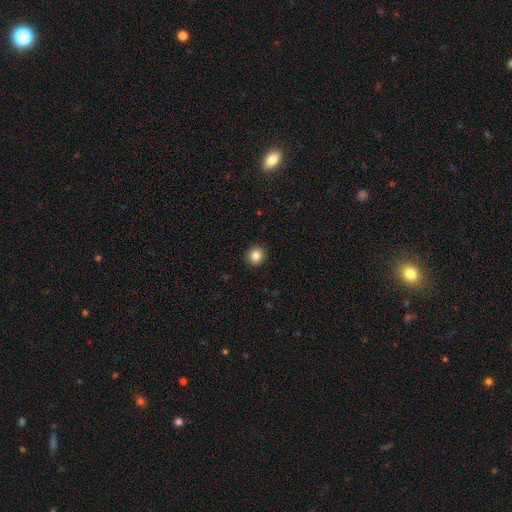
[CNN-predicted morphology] This is clearly a smooth galaxy (85%). How rounded: clearly round (87%). Merging: clearly none (92%).